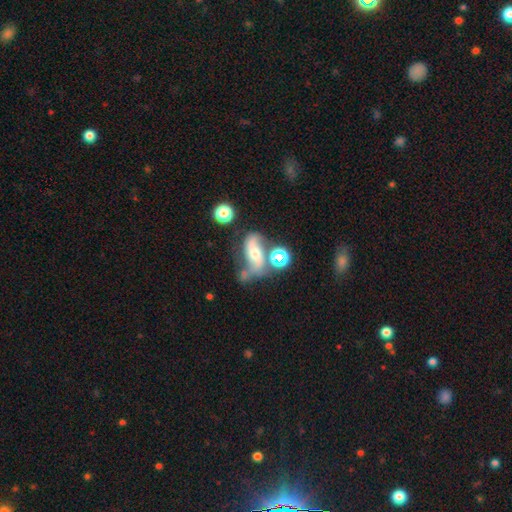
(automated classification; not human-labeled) A featured or disk galaxy (64%) with no bar (47%), 2 (87%) loose (71%) spiral arms (86%) and a moderate central bulge (53%).

Vote fractions:
- Smooth or featured? featured or disk: 64% / smooth: 24% / star or artifact: 12%
- Edge-on disk? no: 93% / yes: 7%
- Bar? no: 47% / weak: 31% / strong: 22%
- Spiral arms? yes: 86% / no: 14%
- Spiral winding? loose: 71% / medium: 22% / tight: 7%
- Spiral arm count? 2: 87% / can't tell: 5% / 1: 5% / 3: 1% / 4: 1% / more than 4: 1%
- Bulge size? moderate: 53% / small: 32% / large: 9% / none: 4% / dominant: 2%
- Merging? none: 41% / merger: 22% / minor disturbance: 21% / major disturbance: 16%